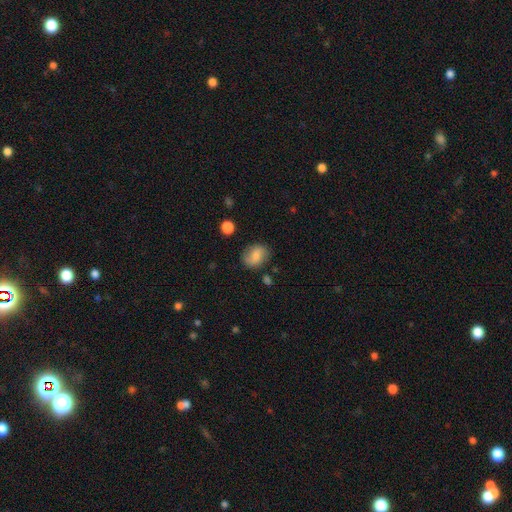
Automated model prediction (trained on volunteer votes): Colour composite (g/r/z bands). It shows a smooth galaxy with no disk features (69%) that is in between round and cigar-shaped (52%). Merging: none (77%).